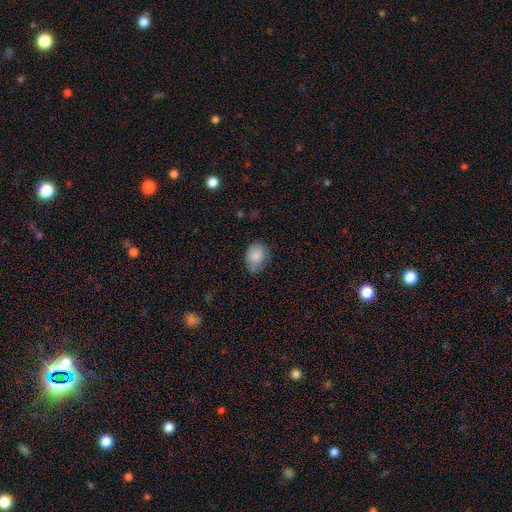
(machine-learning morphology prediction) This appears to be a smooth galaxy with no disk features (84%) that is in between round and cigar-shaped (56%). Merging: none (65%).